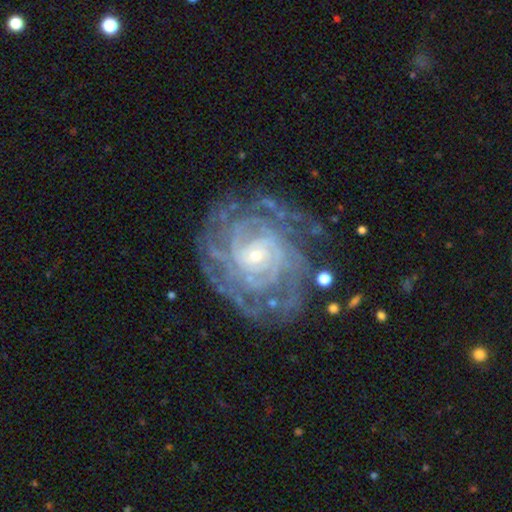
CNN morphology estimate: Overall: featured or disk (90%). Edge-on disk: no (97%). Bar: no (65%; weak 26%). Spiral arms: yes (97%). Spiral arm count: can't tell (30%; 4 22%). Spiral winding: tight (79%). Bulge size: small (80%). Merging: none (74%).